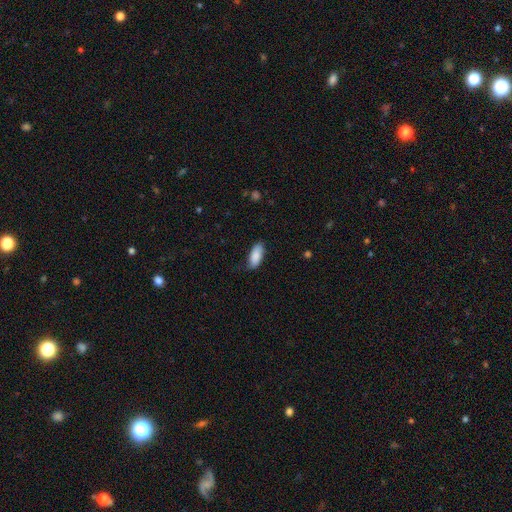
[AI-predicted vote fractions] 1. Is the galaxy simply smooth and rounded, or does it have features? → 87% smooth, 7% featured or disk, 6% star or artifact.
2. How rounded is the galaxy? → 85% in between, 13% cigar-shaped, 2% round.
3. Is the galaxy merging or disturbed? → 74% none, 21% minor disturbance, 4% major disturbance, 1% merger.